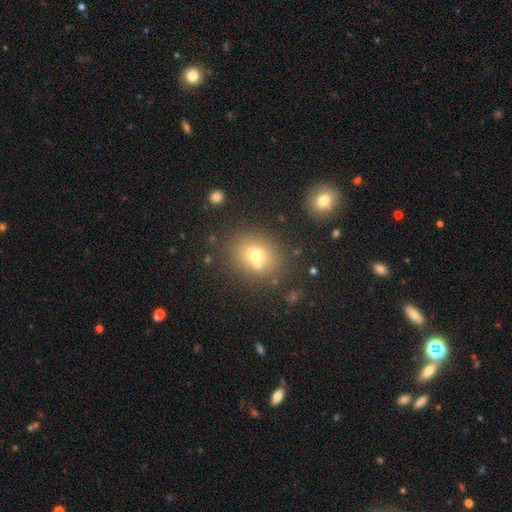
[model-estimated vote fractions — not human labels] smooth 67%, featured or disk 17%, star or artifact 16%. Down the decision tree: how rounded — round (64%); merging — none (64%).